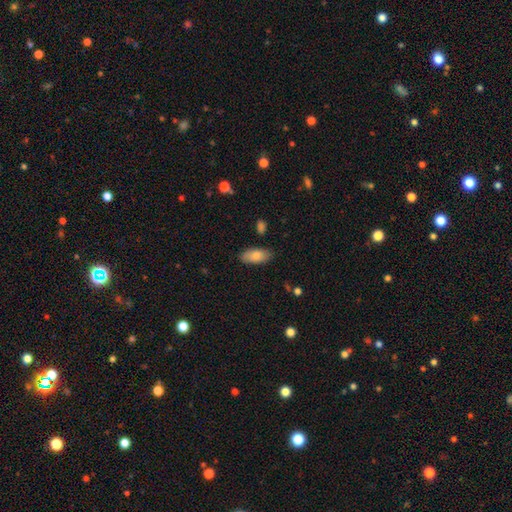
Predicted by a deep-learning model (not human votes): smooth 81%, featured or disk 12%, star or artifact 6%. Down the decision tree: how rounded — in between (90%); merging — none (82%).